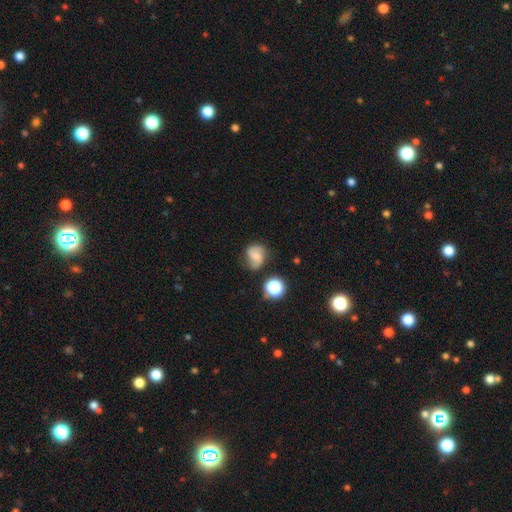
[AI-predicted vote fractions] A smooth galaxy with no disk features (46%).

Vote fractions:
- Smooth or featured? smooth: 46% / featured or disk: 42% / star or artifact: 12%
- Merging? none: 59% / minor disturbance: 26% / major disturbance: 10% / merger: 5%